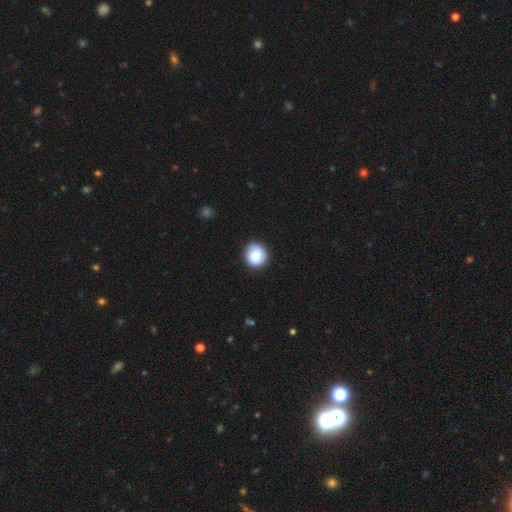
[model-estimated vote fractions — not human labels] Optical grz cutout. It shows a smooth galaxy with no disk features (77%) that is round (88%). Merging: none (85%).